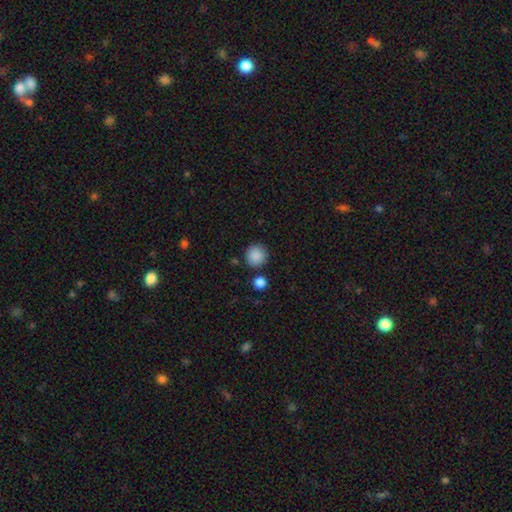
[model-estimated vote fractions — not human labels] The model was most divided on "merging": none: 84%, minor disturbance: 8%, merger: 5%, major disturbance: 3%. More confident: how rounded — round (92%); smooth or featured — smooth (88%).